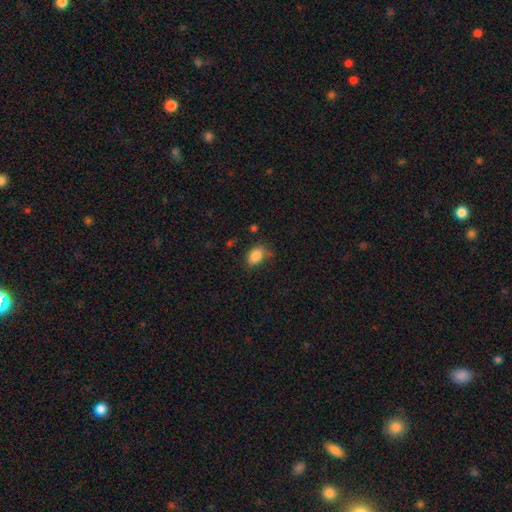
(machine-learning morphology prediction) Smooth or featured? smooth (85%)
How rounded? in between (84%)
Merging? none (70%)